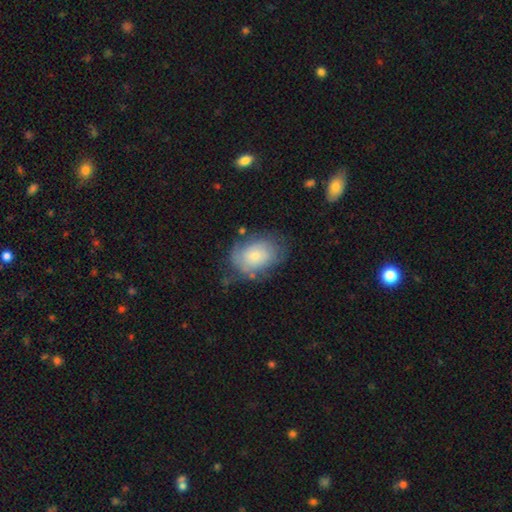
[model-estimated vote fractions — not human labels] The model was most divided on "smooth or featured": smooth: 60%, featured or disk: 32%, star or artifact: 8%. More confident: how rounded — in between (77%); merging — none (60%).